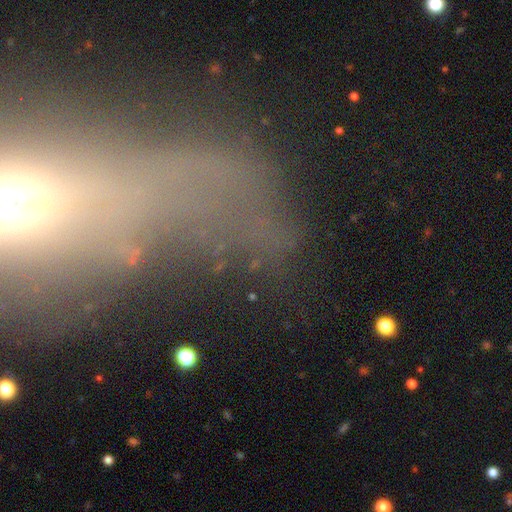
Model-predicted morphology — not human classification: smooth_or_featured: star or artifact (p=0.43) [alt: featured or disk p=0.31]